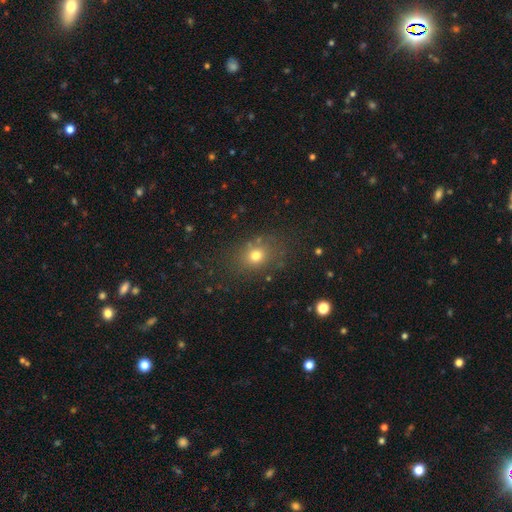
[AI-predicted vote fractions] Smooth or featured? Predicted: smooth (p=0.73). How rounded? Predicted: round (p=0.54). Merging? Predicted: none (p=0.78).